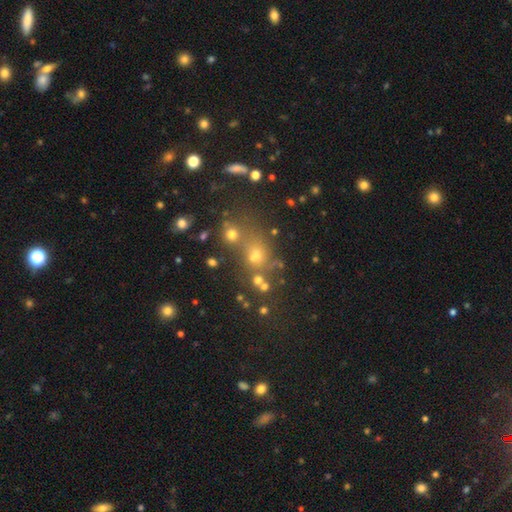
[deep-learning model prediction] Smooth or featured? smooth (55%)
How rounded? round (65%)
Merging? none (51%)